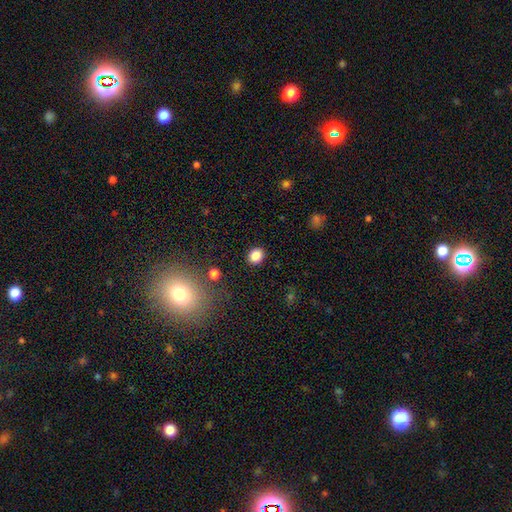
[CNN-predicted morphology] smooth-or-featured: smooth: 85% | star or artifact: 11% | featured or disk: 4%
  how-rounded: round: 60% | in between: 39% | cigar-shaped: 1%
  merging: none: 89% | minor disturbance: 7% | major disturbance: 2% | merger: 1%